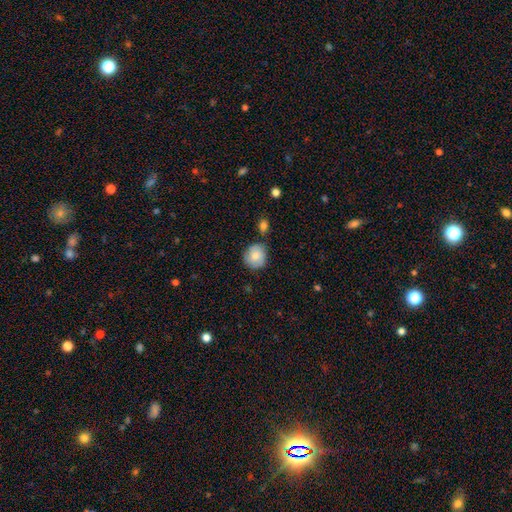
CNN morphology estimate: The model was most divided on "merging": none: 70%, minor disturbance: 19%, merger: 7%, major disturbance: 4%. More confident: how rounded — round (87%); smooth or featured — smooth (80%).